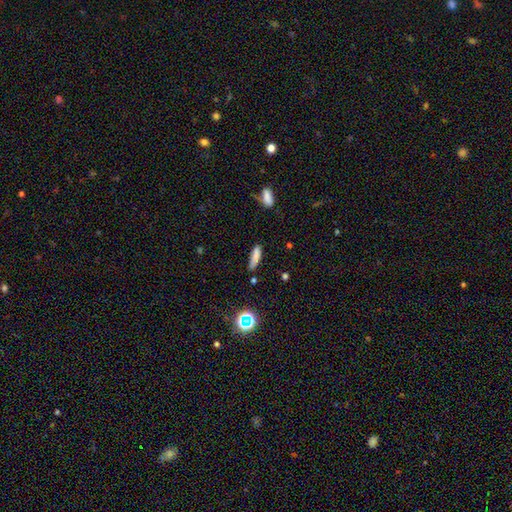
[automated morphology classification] smooth 80%, star or artifact 11%, featured or disk 9%. Down the decision tree: how rounded — cigar-shaped (67%); merging — none (69%).